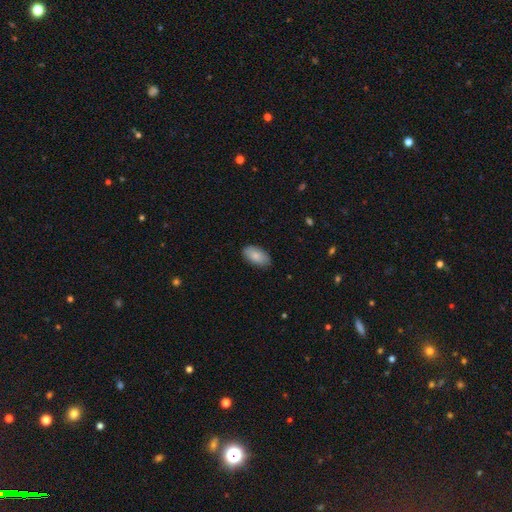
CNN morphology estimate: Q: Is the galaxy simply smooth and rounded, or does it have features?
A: smooth — 82%.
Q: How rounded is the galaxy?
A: in between — 94%.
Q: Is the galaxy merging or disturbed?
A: none — 83%.